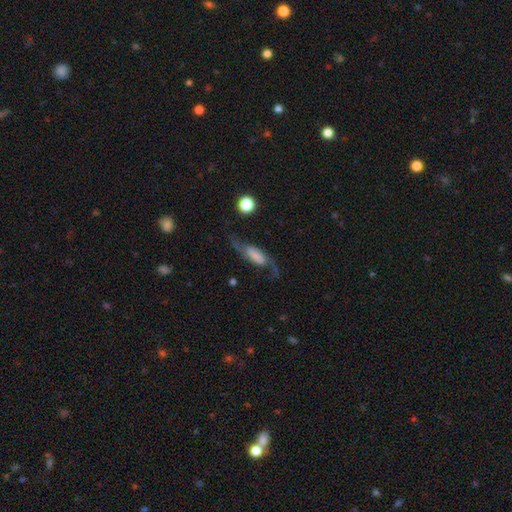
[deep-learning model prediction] smooth_or_featured: featured or disk (p=0.68) [alt: smooth p=0.24]
disk_edge_on: no (p=0.85) [alt: yes p=0.15]
bar: no (p=0.46) [alt: weak p=0.33]
has_spiral_arms: yes (p=0.93) [alt: no p=0.07]
spiral_winding: loose (p=0.79) [alt: medium p=0.16]
spiral_arm_count: 2 (p=0.91) [alt: 1 p=0.03]
bulge_size: none (p=0.44) [alt: large p=0.18]
merging: none (p=0.59) [alt: minor disturbance p=0.21]